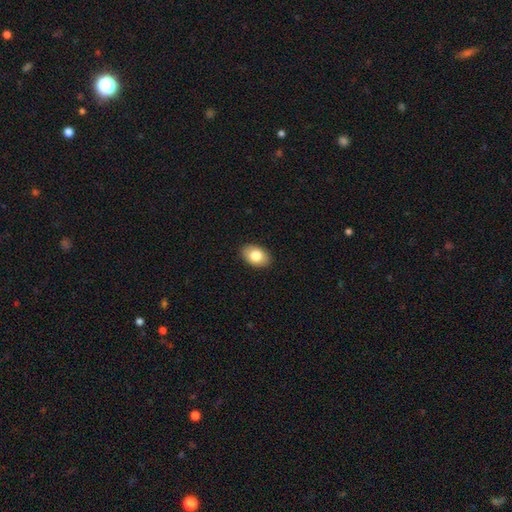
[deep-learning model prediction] A smooth galaxy with no disk features (83%) that is in between round and cigar-shaped (86%).

Vote fractions:
- Smooth or featured? smooth: 83% / featured or disk: 10% / star or artifact: 7%
- How rounded? in between: 86% / round: 13% / cigar-shaped: 1%
- Merging? none: 90% / minor disturbance: 7% / major disturbance: 2% / merger: 1%